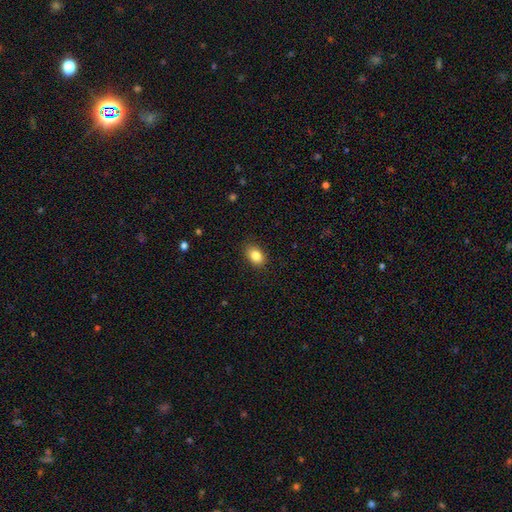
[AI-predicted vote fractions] A smooth galaxy with no disk features (85%) that is in between round and cigar-shaped (79%). Merging: none (87%).